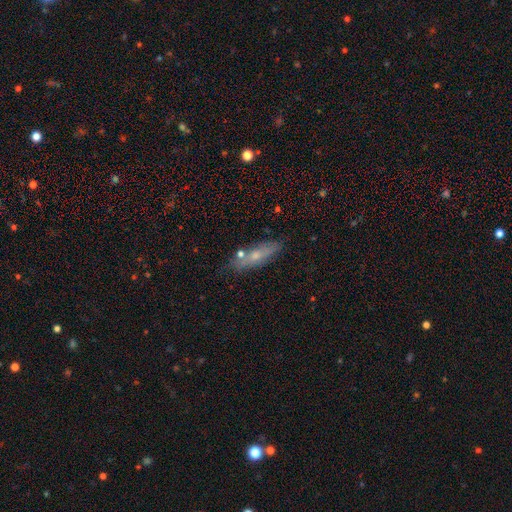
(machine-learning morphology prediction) Smooth or featured? Predicted: smooth (p=0.53). How rounded? Predicted: cigar-shaped (p=0.64). Merging? Predicted: none (p=0.77).